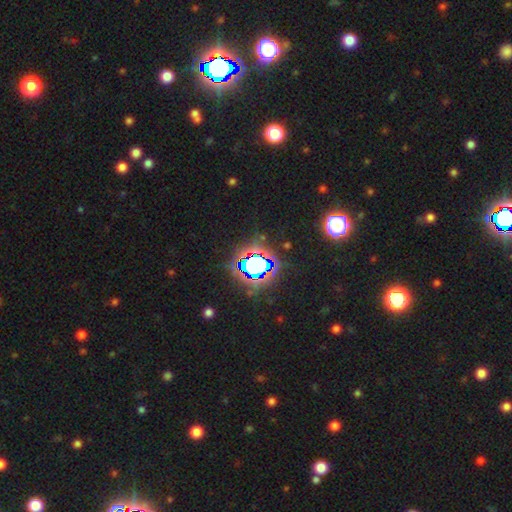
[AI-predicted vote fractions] Smooth or featured?
  - star or artifact: 73% *
  - smooth: 17%
  - featured or disk: 10%